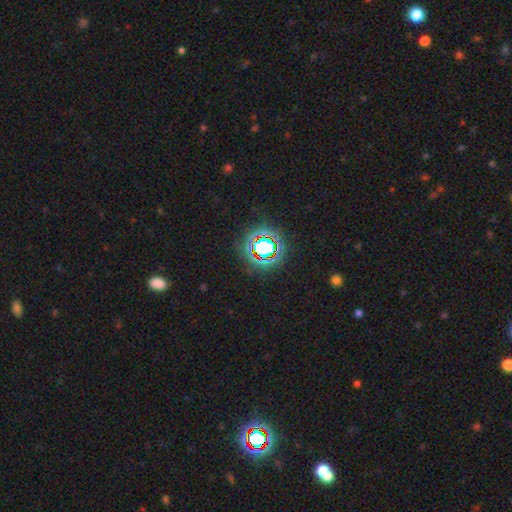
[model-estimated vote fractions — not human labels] Morphology: type=star or artifact (80%).